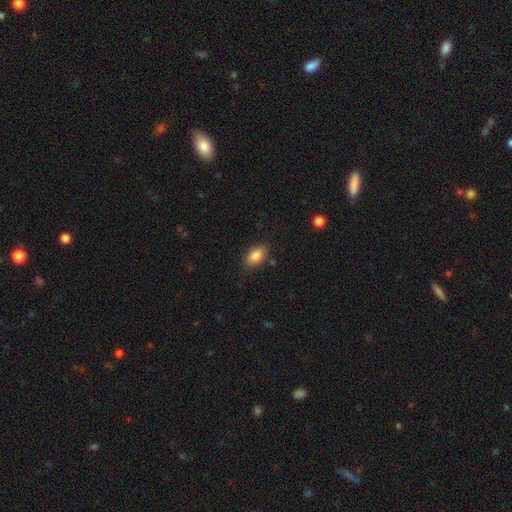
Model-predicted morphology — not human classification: The model was most divided on "merging": none: 83%, minor disturbance: 13%, major disturbance: 3%, merger: 2%. More confident: how rounded — in between (90%); smooth or featured — smooth (84%).